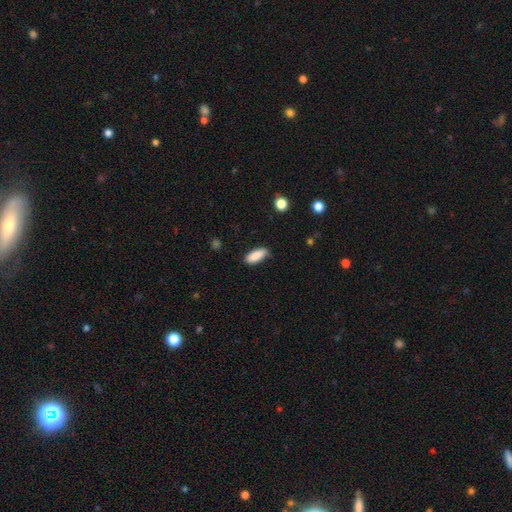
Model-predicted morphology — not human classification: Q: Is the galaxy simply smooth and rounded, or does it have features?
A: smooth — 89%.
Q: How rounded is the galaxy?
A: in between — 73%.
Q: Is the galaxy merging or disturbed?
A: none — 84%.